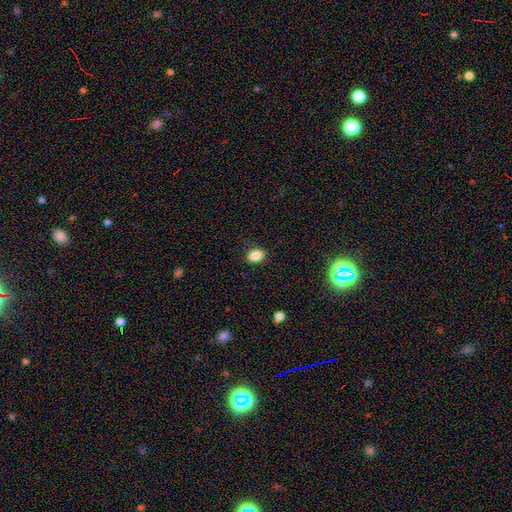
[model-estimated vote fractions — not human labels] The model was most divided on "how rounded": in between: 83%, round: 15%, cigar-shaped: 2%. More confident: smooth or featured — smooth (85%); merging — none (84%).